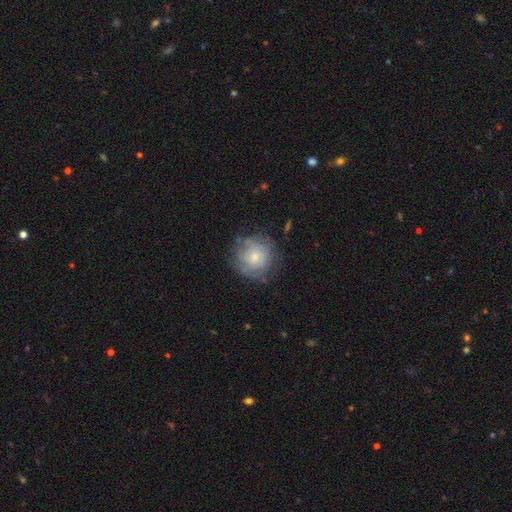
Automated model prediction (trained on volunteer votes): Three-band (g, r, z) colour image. It shows a featured or disk galaxy (47%). Merging: none (73%).